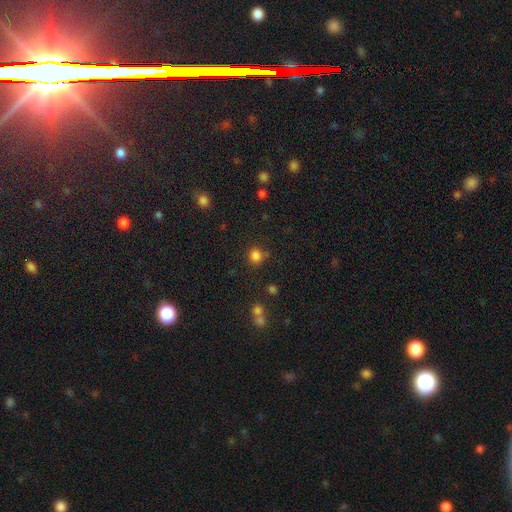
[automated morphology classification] smooth-or-featured: smooth: 81% | star or artifact: 14% | featured or disk: 4%
  how-rounded: round: 81% | in between: 18% | cigar-shaped: 1%
  merging: none: 72% | minor disturbance: 15% | merger: 8% | major disturbance: 5%